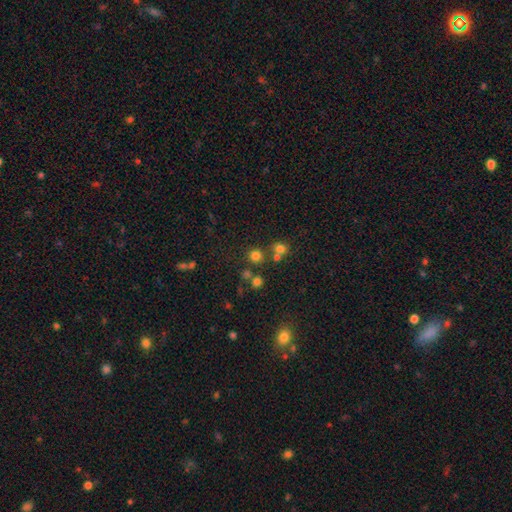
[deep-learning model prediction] Smooth or featured: smooth — 73% (star or artifact — 20%)
How rounded: round — 91% (in between — 8%)
Merging: none — 71% (merger — 18%)